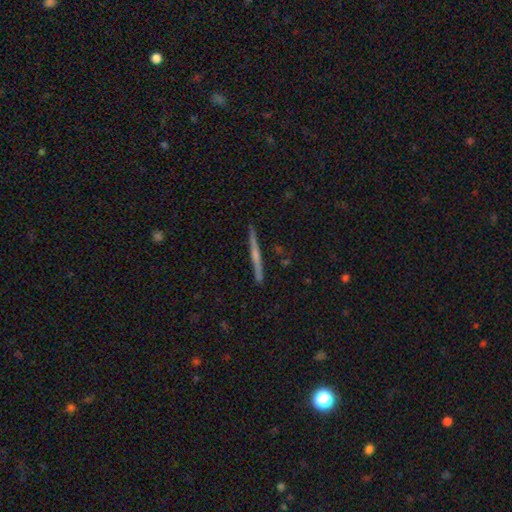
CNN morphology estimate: Smooth or featured: featured or disk — 68% (smooth — 26%)
Edge-on disk: yes — 98% (no — 2%)
Edge-on bulge: rounded — 54% (none — 37%)
Merging: none — 91% (minor disturbance — 6%)